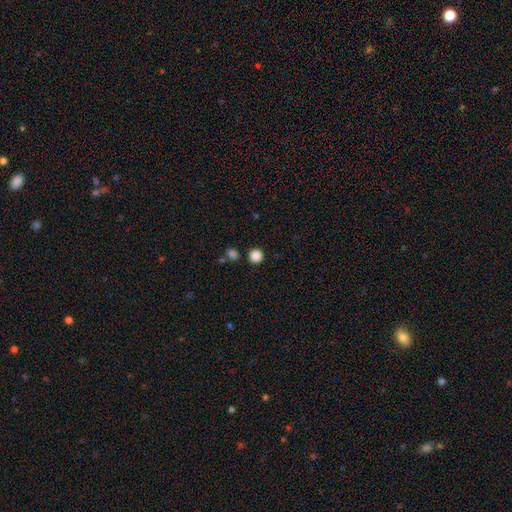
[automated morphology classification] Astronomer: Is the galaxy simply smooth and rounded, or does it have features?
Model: smooth — 86%.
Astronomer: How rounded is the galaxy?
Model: round — 94%.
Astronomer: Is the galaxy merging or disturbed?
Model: none — 87%.